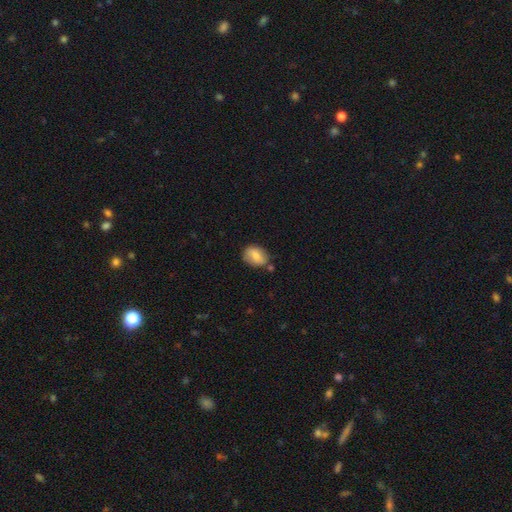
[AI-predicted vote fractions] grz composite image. It shows a smooth galaxy with no disk features (73%) that is in between round and cigar-shaped (64%). Merging: none (66%).